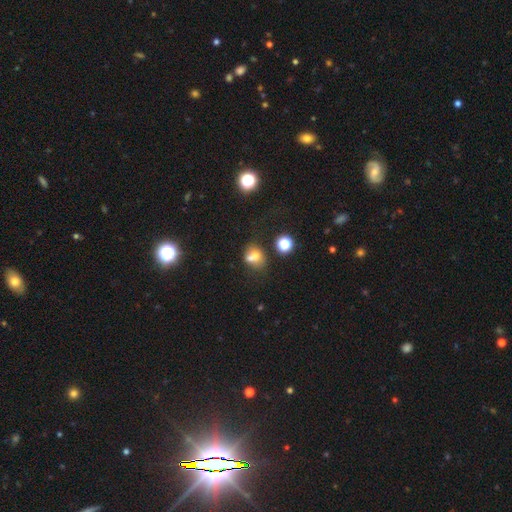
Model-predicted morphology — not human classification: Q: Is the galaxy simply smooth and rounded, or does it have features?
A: smooth — 65%.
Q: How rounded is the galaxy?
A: round — 57%.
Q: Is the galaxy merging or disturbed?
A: merger — 48%.